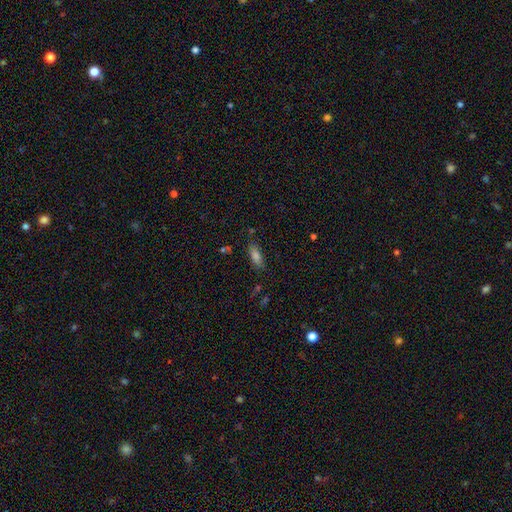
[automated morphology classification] The model was most divided on "how rounded": in between: 64%, cigar-shaped: 34%, round: 3%. More confident: merging — none (79%); smooth or featured — smooth (75%).